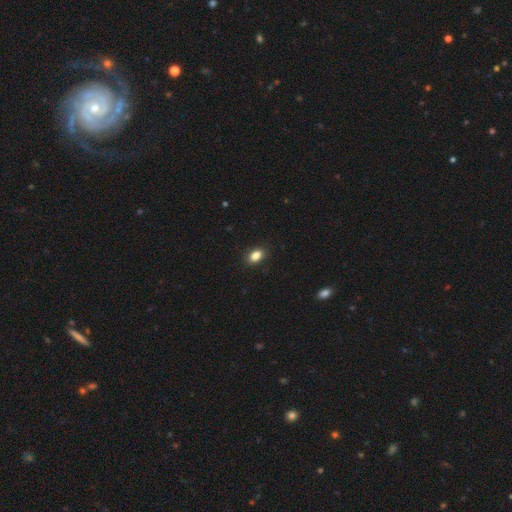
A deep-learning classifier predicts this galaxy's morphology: A smooth galaxy with no disk features (86%) that is in between round and cigar-shaped (86%). Merging: none (89%).